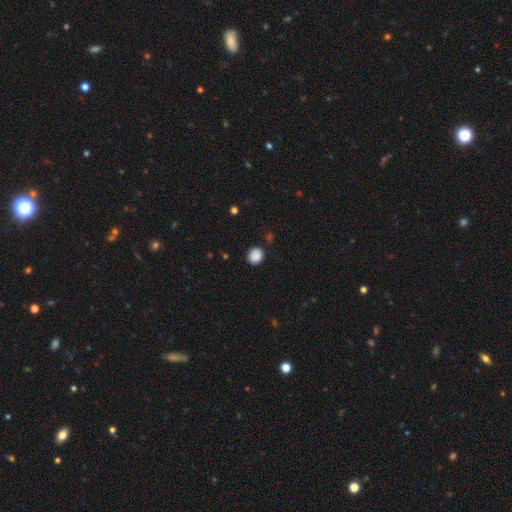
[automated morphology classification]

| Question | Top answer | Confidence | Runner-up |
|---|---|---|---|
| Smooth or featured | smooth | 87% | star or artifact (9%) |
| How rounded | round | 71% | in between (28%) |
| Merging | none | 83% | minor disturbance (12%) |